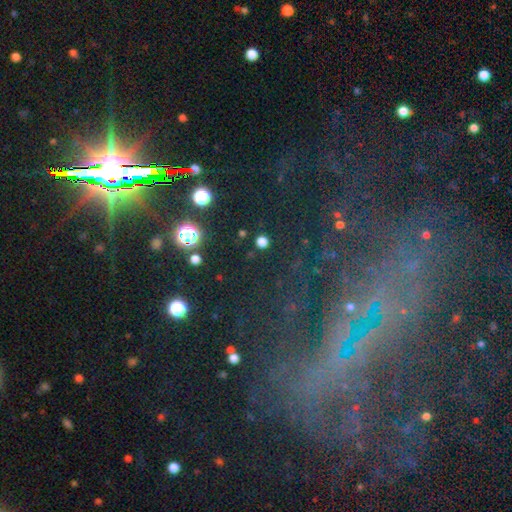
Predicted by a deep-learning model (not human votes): Smooth or featured: star or artifact — 64% (featured or disk — 22%)